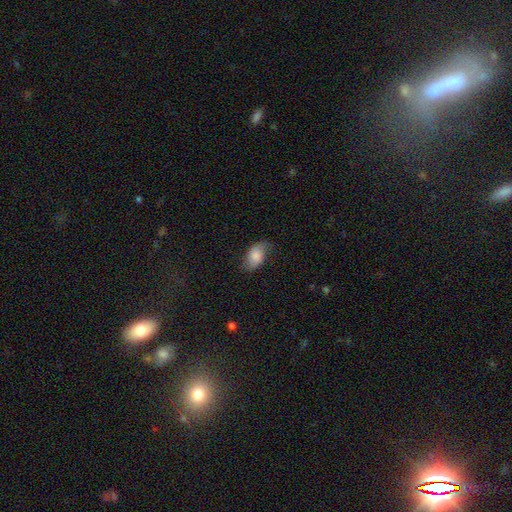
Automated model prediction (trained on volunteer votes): Overall: smooth (74%). How rounded: in between (91%). Merging: none (65%).